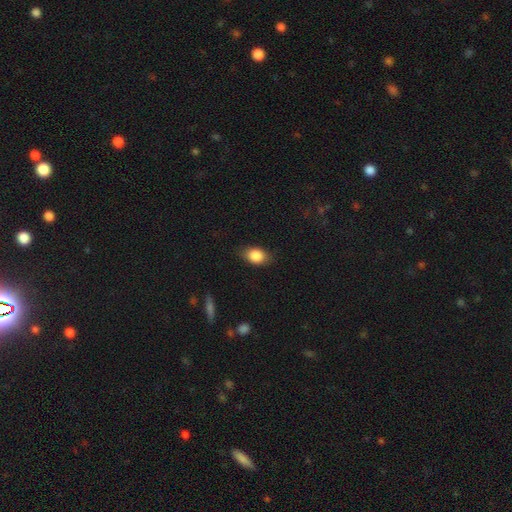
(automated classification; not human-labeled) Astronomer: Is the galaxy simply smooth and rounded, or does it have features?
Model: smooth — 85%.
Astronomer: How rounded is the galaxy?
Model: in between — 76%.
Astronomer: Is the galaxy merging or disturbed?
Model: none — 79%.